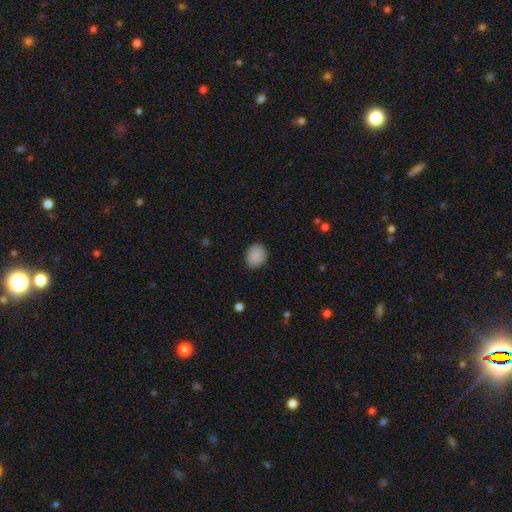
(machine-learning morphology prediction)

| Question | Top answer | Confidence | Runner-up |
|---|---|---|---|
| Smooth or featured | smooth | 89% | star or artifact (8%) |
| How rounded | round | 57% | in between (42%) |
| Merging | none | 87% | minor disturbance (9%) |